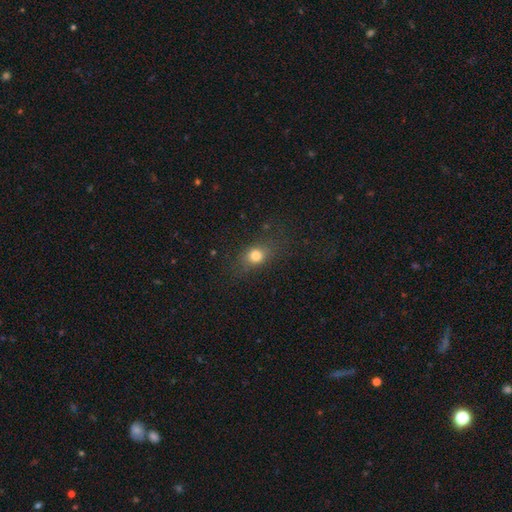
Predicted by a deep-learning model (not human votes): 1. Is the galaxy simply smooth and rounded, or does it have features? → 77% smooth, 14% star or artifact, 9% featured or disk.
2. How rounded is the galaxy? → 54% round, 43% in between, 3% cigar-shaped.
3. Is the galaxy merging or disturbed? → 75% none, 16% minor disturbance, 8% major disturbance, 2% merger.